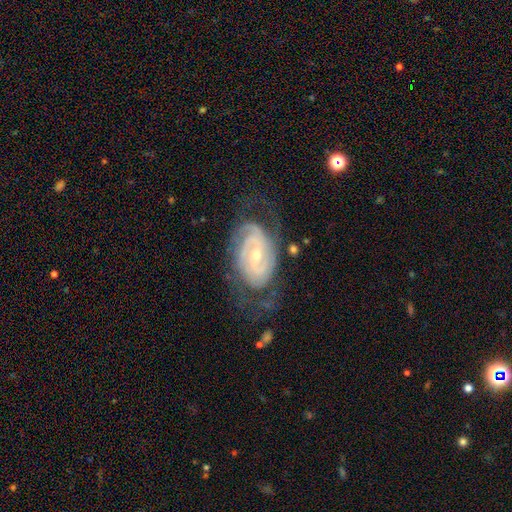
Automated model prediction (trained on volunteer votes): Smooth or featured: featured or disk — 89% (smooth — 6%)
Edge-on disk: no — 96% (yes — 4%)
Bar: weak — 42% (no — 40%)
Spiral arms: yes — 97% (no — 3%)
Spiral winding: tight — 65% (medium — 28%)
Spiral arm count: 2 — 48% (can't tell — 21%)
Bulge size: small — 57% (moderate — 40%)
Merging: none — 63% (minor disturbance — 21%)